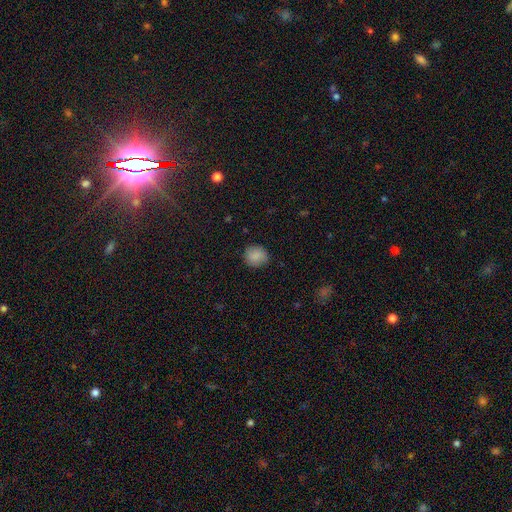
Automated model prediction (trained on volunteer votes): Smooth or featured: smooth — 87% (star or artifact — 8%)
How rounded: round — 80% (in between — 19%)
Merging: none — 83% (minor disturbance — 13%)